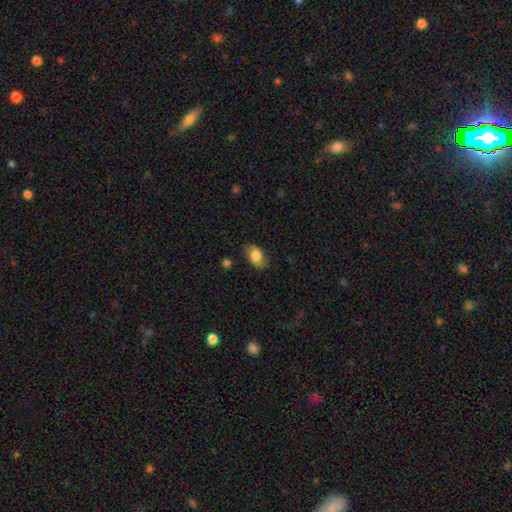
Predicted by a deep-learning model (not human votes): This is likely a smooth galaxy (77%). How rounded: clearly in between (81%). Merging: likely none (71%).